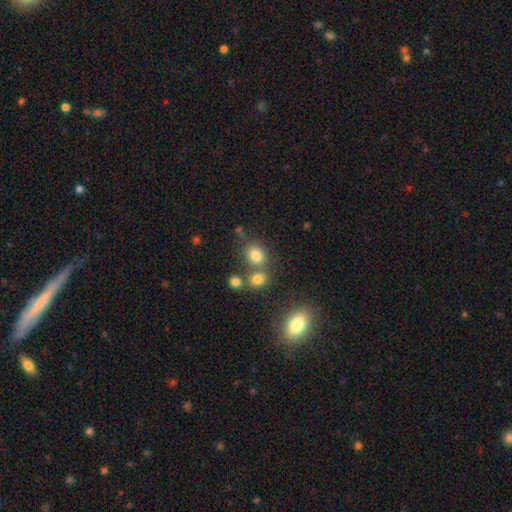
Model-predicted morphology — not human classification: A smooth galaxy with no disk features (77%) that is round (70%). Merging: none (60%).